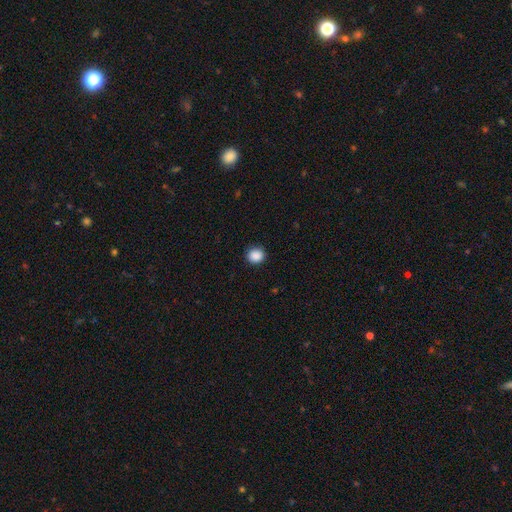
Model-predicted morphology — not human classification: A smooth galaxy with no disk features (88%) that is round (85%).

Vote fractions:
- Smooth or featured? smooth: 88% / star or artifact: 9% / featured or disk: 2%
- How rounded? round: 85% / in between: 14% / cigar-shaped: 1%
- Merging? none: 89% / minor disturbance: 8% / major disturbance: 2% / merger: 1%